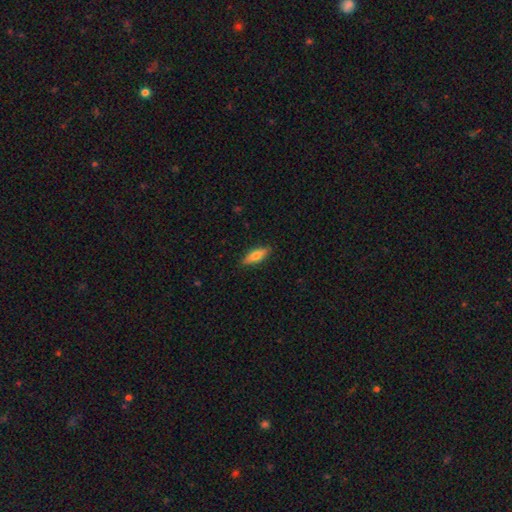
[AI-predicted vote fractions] Smooth or featured? Predicted: smooth (p=0.71). How rounded? Predicted: in between (p=0.61). Merging? Predicted: none (p=0.86).